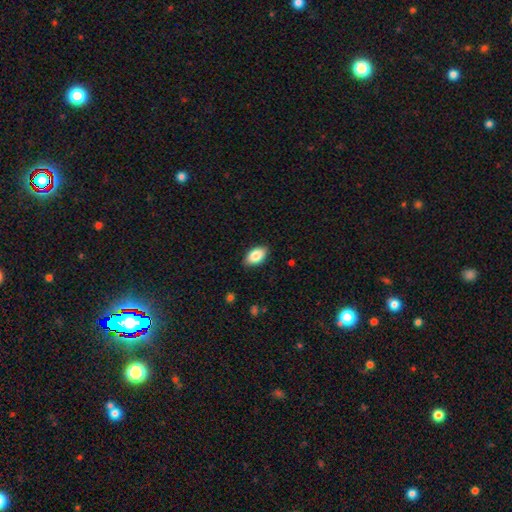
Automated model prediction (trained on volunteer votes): smooth_or_featured: smooth (p=0.84) [alt: featured or disk p=0.09]
how_rounded: in between (p=0.93) [alt: round p=0.05]
merging: none (p=0.86) [alt: minor disturbance p=0.11]